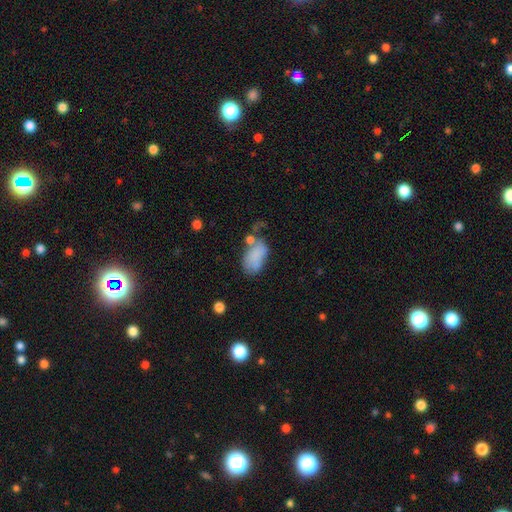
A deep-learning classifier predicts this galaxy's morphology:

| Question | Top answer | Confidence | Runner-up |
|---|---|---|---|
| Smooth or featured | smooth | 74% | featured or disk (17%) |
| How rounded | in between | 92% | round (6%) |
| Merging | none | 35% | minor disturbance (28%) |